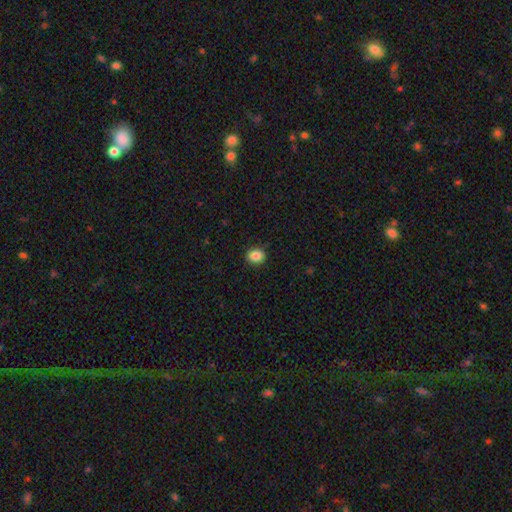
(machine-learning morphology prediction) Smooth or featured? smooth (86%)
How rounded? round (61%)
Merging? none (89%)